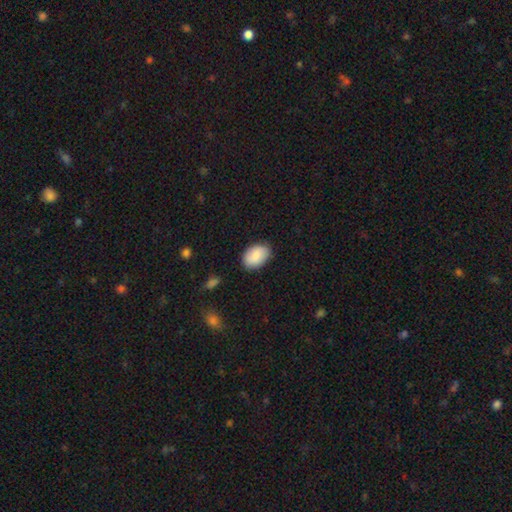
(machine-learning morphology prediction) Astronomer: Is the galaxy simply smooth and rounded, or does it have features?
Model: smooth — 86%.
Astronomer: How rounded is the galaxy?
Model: in between — 87%.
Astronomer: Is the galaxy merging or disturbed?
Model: none — 83%.